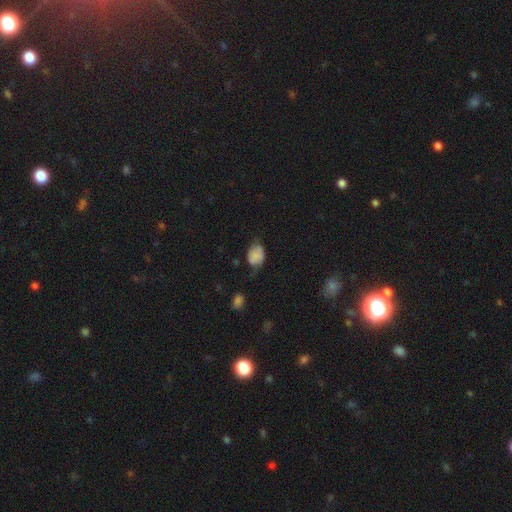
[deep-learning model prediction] smooth 74%, featured or disk 16%, star or artifact 10%. Down the decision tree: how rounded — in between (70%); merging — none (41%).